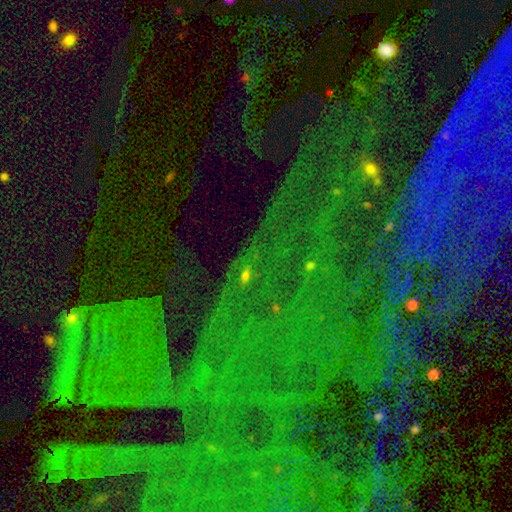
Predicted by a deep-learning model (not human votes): Smooth or featured: star or artifact — 80% (featured or disk — 11%)